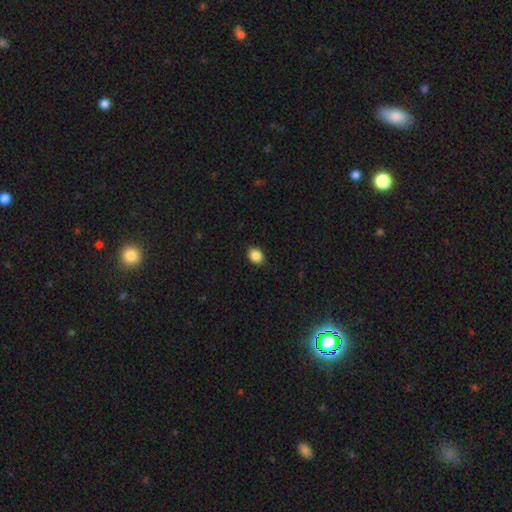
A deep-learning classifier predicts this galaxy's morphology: Q: Smooth or featured?
A: smooth (88%); runner-up: star or artifact (9%)
Q: How rounded?
A: in between (60%); runner-up: round (39%)
Q: Merging?
A: none (88%); runner-up: minor disturbance (9%)